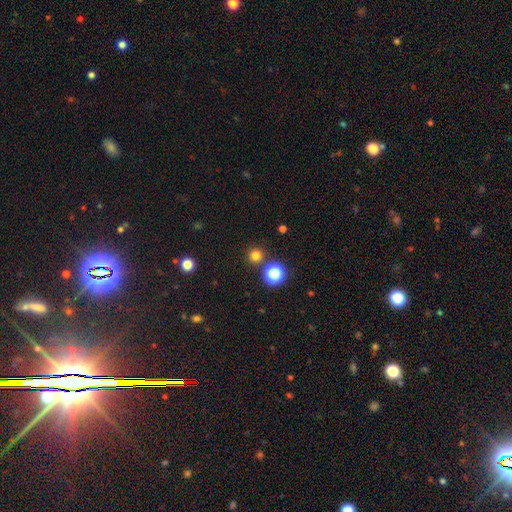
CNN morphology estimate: smooth-or-featured: smooth: 76% | star or artifact: 19% | featured or disk: 5%
  how-rounded: round: 95% | in between: 4% | cigar-shaped: 1%
  merging: none: 86% | merger: 6% | minor disturbance: 6% | major disturbance: 2%